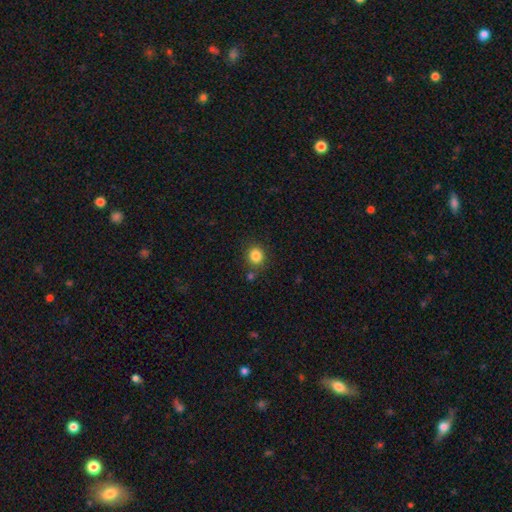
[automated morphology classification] Smooth or featured: smooth — 85% (star or artifact — 11%)
How rounded: round — 83% (in between — 16%)
Merging: none — 80% (minor disturbance — 10%)